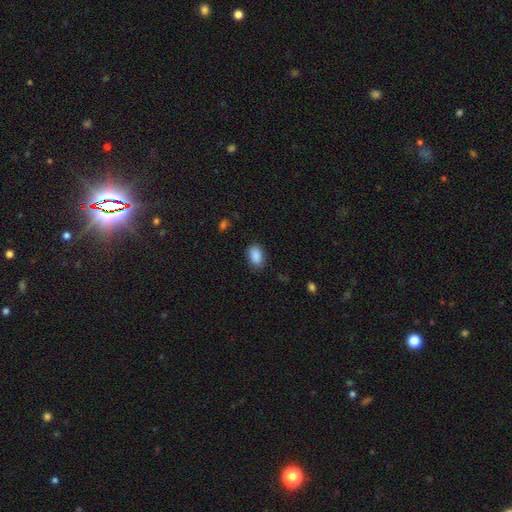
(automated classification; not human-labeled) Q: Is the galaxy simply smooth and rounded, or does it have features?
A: smooth — 89%.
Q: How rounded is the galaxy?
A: in between — 89%.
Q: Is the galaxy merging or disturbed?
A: none — 84%.